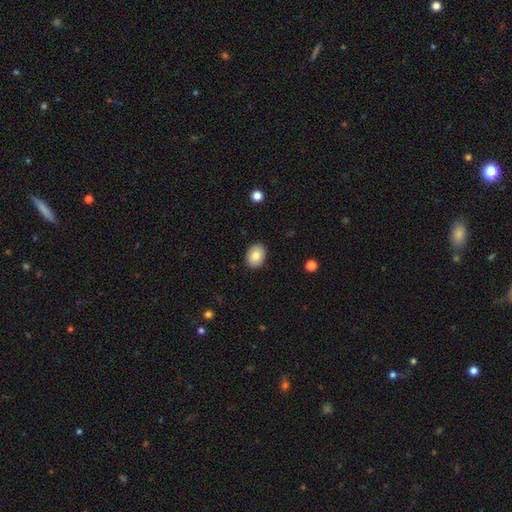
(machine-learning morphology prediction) Q: Smooth or featured?
A: smooth (82%); runner-up: featured or disk (10%)
Q: How rounded?
A: in between (65%); runner-up: round (34%)
Q: Merging?
A: none (89%); runner-up: minor disturbance (8%)